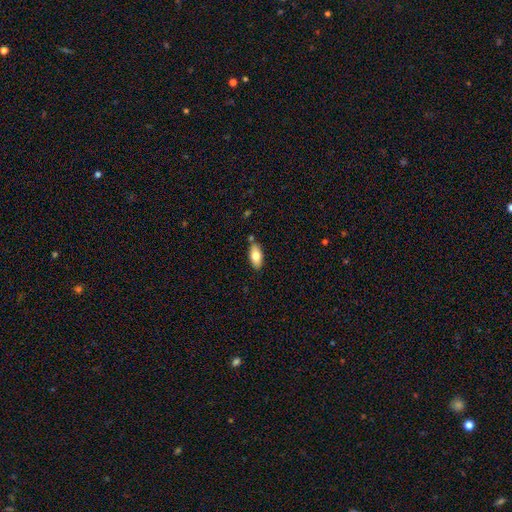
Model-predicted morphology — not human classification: type=smooth (77%); roundness=in between (89%); merging=none (81%).